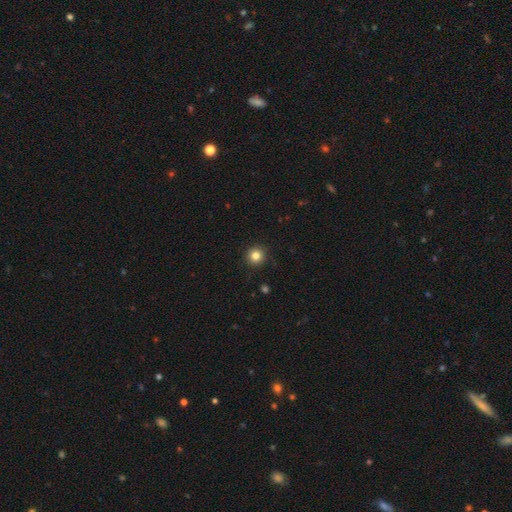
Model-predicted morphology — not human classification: smooth_or_featured: smooth (p=0.82) [alt: star or artifact p=0.12]
how_rounded: round (p=0.95) [alt: in between p=0.04]
merging: none (p=0.92) [alt: minor disturbance p=0.05]